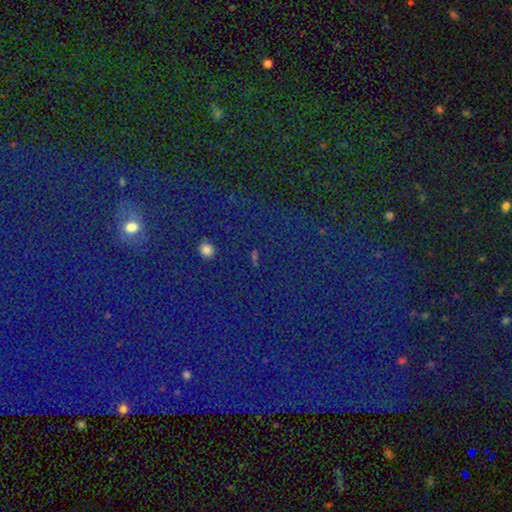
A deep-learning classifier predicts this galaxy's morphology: smooth-or-featured: star or artifact: 78% | smooth: 13% | featured or disk: 9%